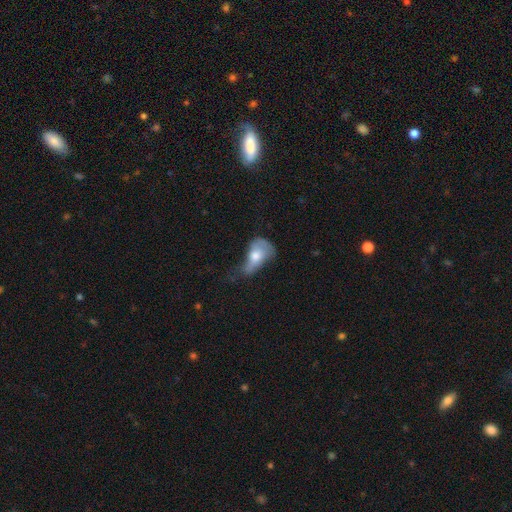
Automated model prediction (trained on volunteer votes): Q: Smooth or featured?
A: smooth (60%); runner-up: featured or disk (33%)
Q: How rounded?
A: in between (82%); runner-up: round (14%)
Q: Merging?
A: major disturbance (48%); runner-up: minor disturbance (30%)